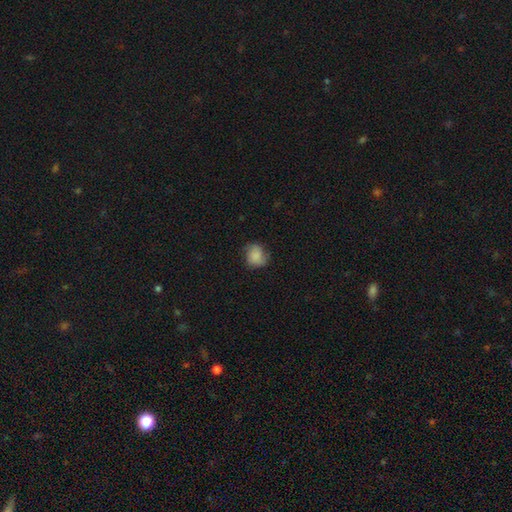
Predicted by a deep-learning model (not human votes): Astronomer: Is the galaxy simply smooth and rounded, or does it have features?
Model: smooth — 75%.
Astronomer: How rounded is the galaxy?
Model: round — 65%.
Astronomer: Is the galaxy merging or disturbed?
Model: none — 66%.